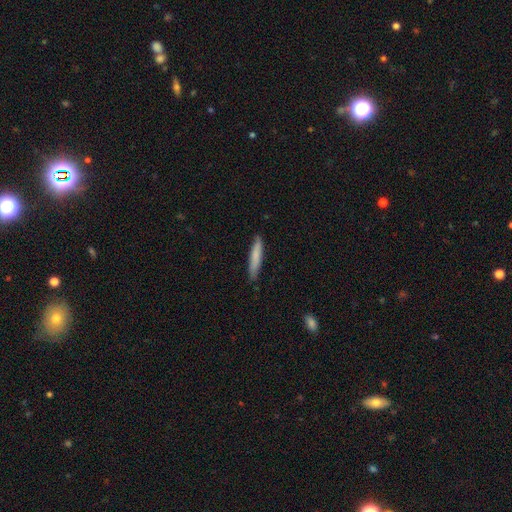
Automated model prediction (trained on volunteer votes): Smooth or featured? Predicted: smooth (p=0.76). How rounded? Predicted: cigar-shaped (p=0.92). Merging? Predicted: none (p=0.86).